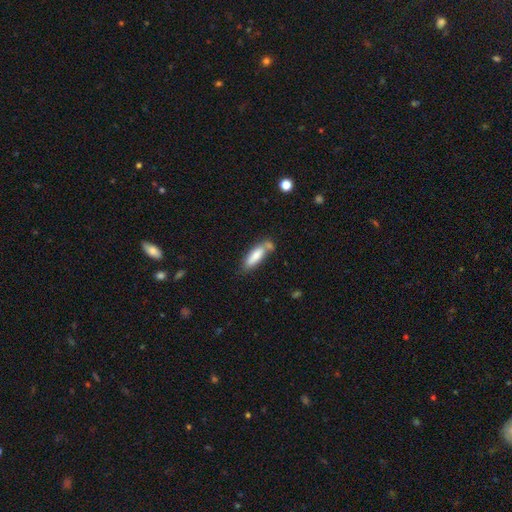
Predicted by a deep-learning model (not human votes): Smooth or featured?
  - smooth: 79% *
  - featured or disk: 15%
  - star or artifact: 6%
How rounded?
  - in between: 52% *
  - cigar-shaped: 47%
  - round: 2%
Merging?
  - none: 52% *
  - merger: 22%
  - minor disturbance: 20%
  - major disturbance: 6%